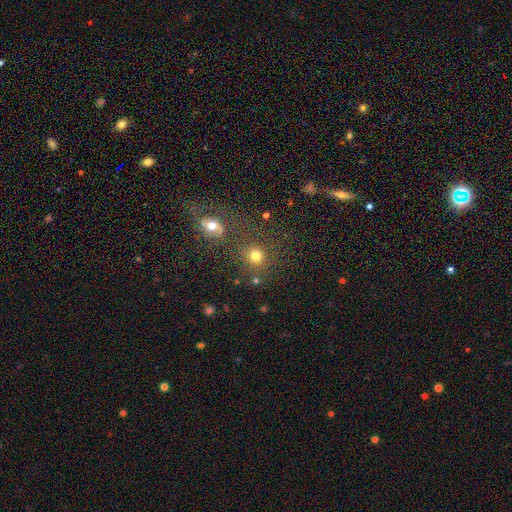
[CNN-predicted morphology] Overall: smooth (76%). How rounded: round (86%). Merging: none (73%).